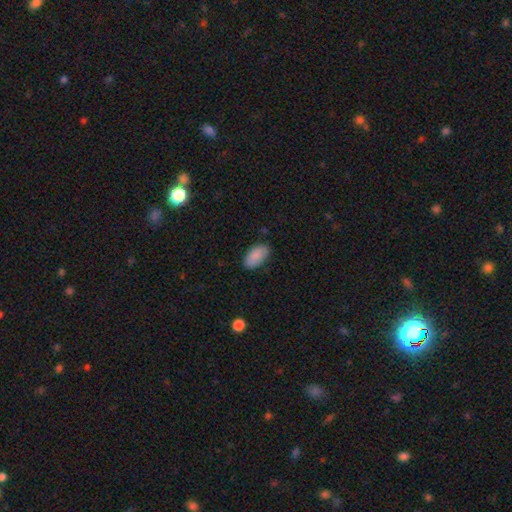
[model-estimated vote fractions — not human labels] Overall: smooth (89%). How rounded: in between (94%). Merging: none (84%).